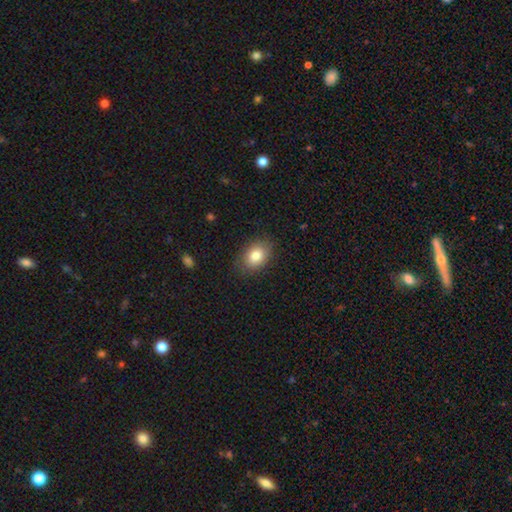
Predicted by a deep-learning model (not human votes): The model was most divided on "how rounded": in between: 77%, round: 22%, cigar-shaped: 1%. More confident: merging — none (83%); smooth or featured — smooth (82%).